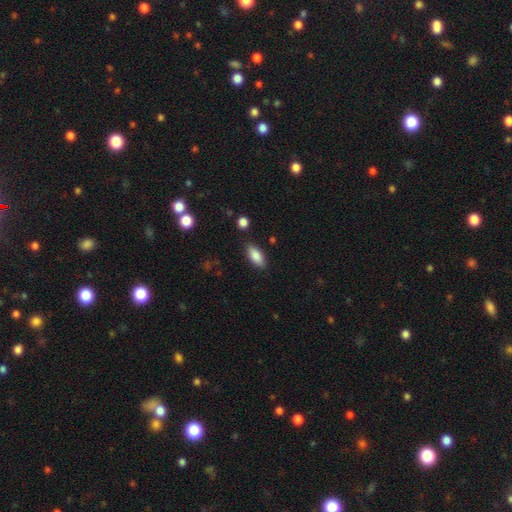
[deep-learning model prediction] Morphology: type=smooth (86%); roundness=in between (85%); merging=none (85%).